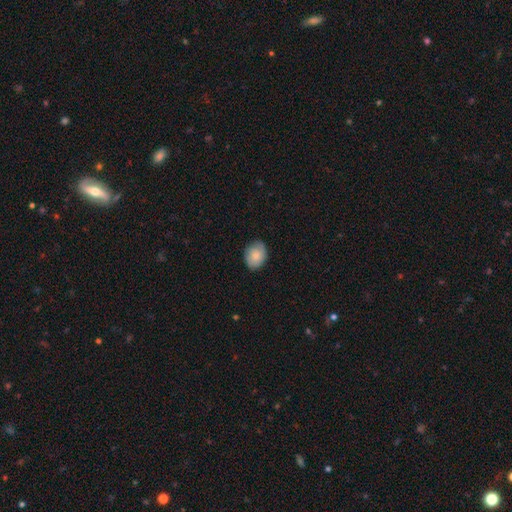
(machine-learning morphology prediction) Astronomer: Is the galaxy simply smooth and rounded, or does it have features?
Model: smooth — 81%.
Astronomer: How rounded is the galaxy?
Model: in between — 55% (runner-up: round, 44%).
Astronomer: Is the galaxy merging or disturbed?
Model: none — 81%.